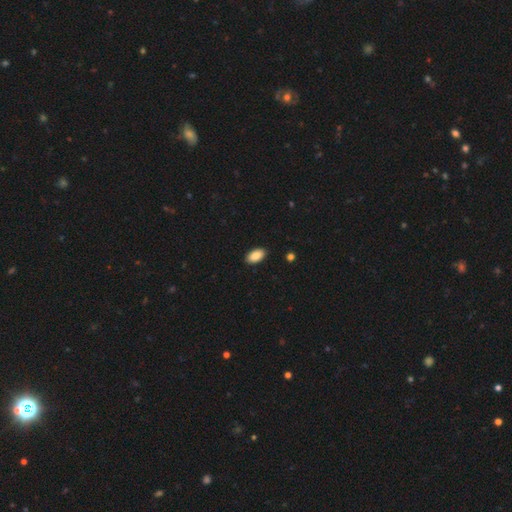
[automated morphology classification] smooth 88%, star or artifact 7%, featured or disk 5%. Down the decision tree: how rounded — in between (95%); merging — none (90%).